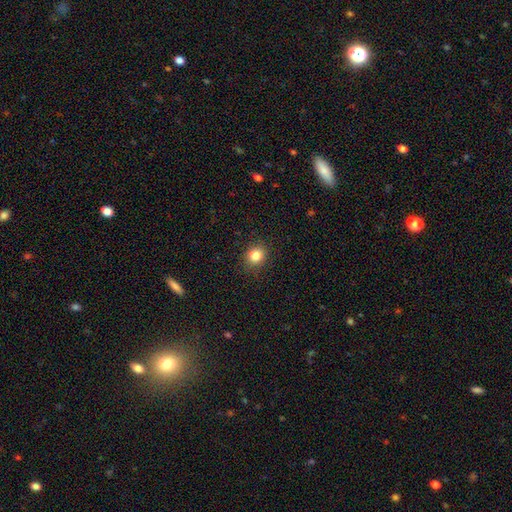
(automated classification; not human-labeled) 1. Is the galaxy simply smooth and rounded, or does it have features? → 84% smooth, 11% star or artifact, 5% featured or disk.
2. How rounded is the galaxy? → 74% round, 25% in between, 1% cigar-shaped.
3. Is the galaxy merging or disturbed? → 89% none, 8% minor disturbance, 2% major disturbance, 1% merger.